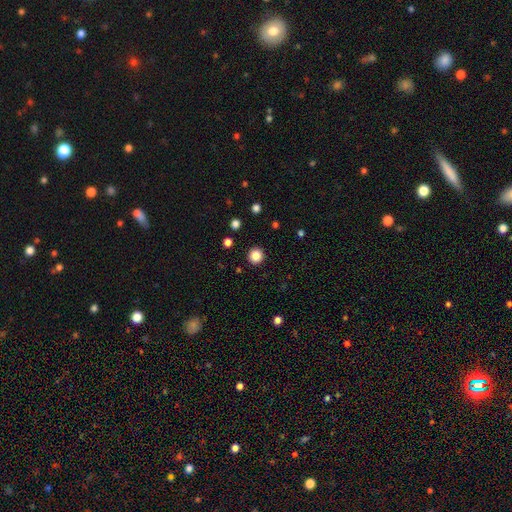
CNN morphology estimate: The model was most divided on "smooth or featured": smooth: 85%, star or artifact: 11%, featured or disk: 4%. More confident: how rounded — round (96%); merging — none (93%).